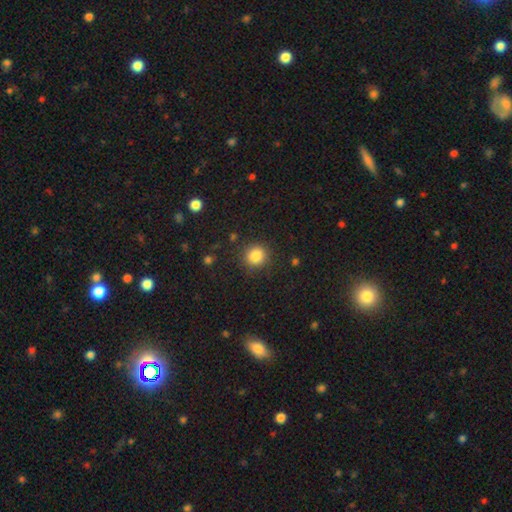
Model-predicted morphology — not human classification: Smooth or featured? Predicted: smooth (p=0.85). How rounded? Predicted: round (p=0.89). Merging? Predicted: none (p=0.87).